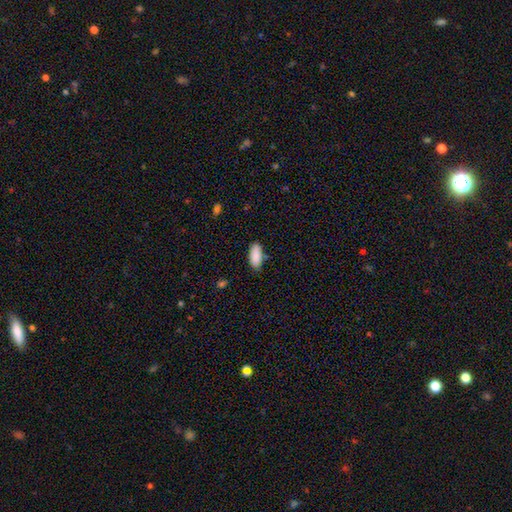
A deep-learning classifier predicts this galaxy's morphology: This appears to be a smooth galaxy with no disk features (89%) that is in between round and cigar-shaped (83%). Merging: none (80%).